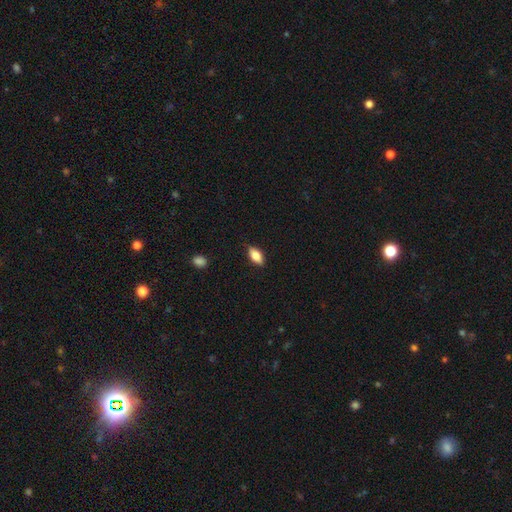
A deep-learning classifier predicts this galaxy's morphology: A smooth galaxy with no disk features (74%) that is in between round and cigar-shaped (86%). Merging: none (85%).